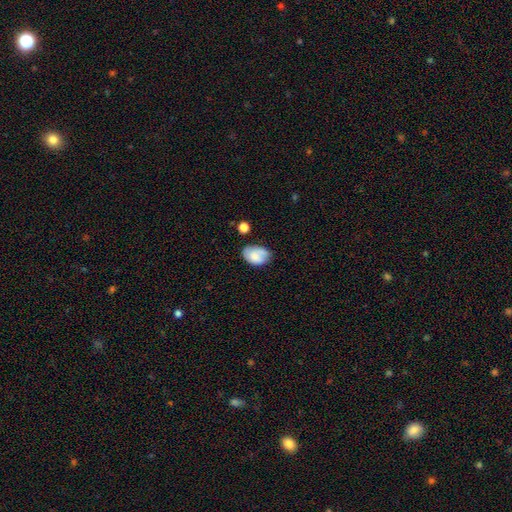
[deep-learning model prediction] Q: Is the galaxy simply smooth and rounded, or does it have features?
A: smooth — 72%.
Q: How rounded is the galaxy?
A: in between — 84%.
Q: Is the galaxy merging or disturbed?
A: none — 55%.